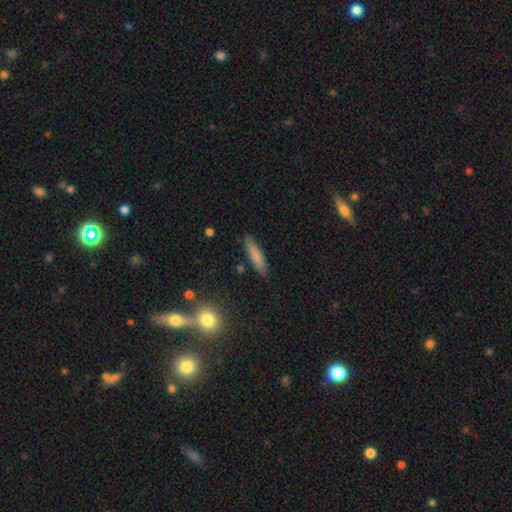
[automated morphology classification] Overall: smooth (81%). How rounded: cigar-shaped (82%). Merging: none (87%).